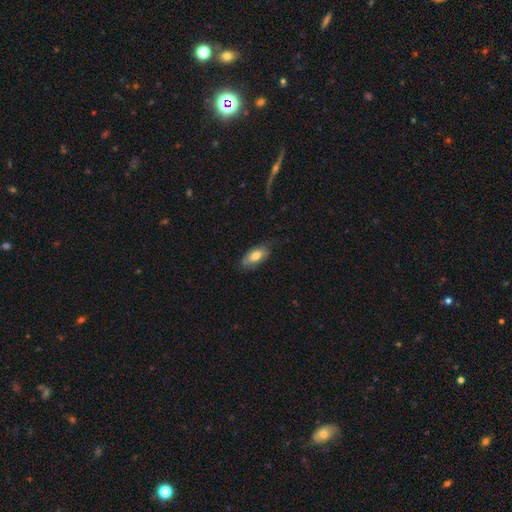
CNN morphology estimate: This appears to be a smooth galaxy with no disk features (72%) that is in between round and cigar-shaped (89%). Merging: none (70%).